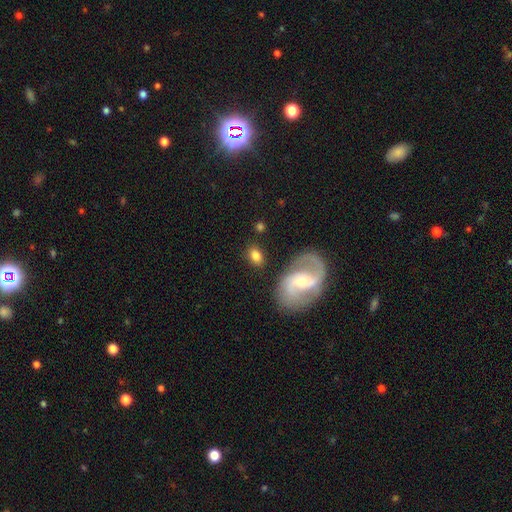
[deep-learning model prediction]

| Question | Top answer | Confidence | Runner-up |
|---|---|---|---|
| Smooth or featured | smooth | 71% | featured or disk (22%) |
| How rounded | in between | 80% | round (18%) |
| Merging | none | 77% | minor disturbance (12%) |